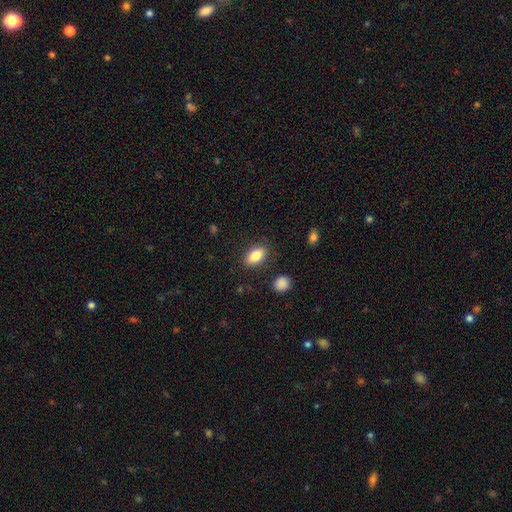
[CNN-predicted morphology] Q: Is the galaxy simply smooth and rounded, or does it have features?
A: smooth — 85%.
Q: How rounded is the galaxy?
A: in between — 89%.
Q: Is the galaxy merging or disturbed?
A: none — 85%.